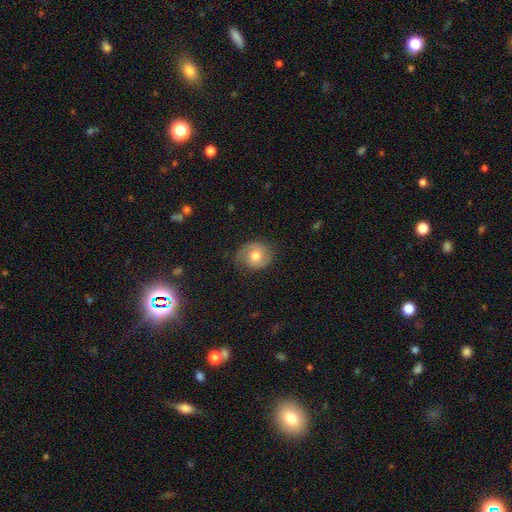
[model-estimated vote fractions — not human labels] Morphology: type=smooth (56%); roundness=round (69%); merging=none (73%).